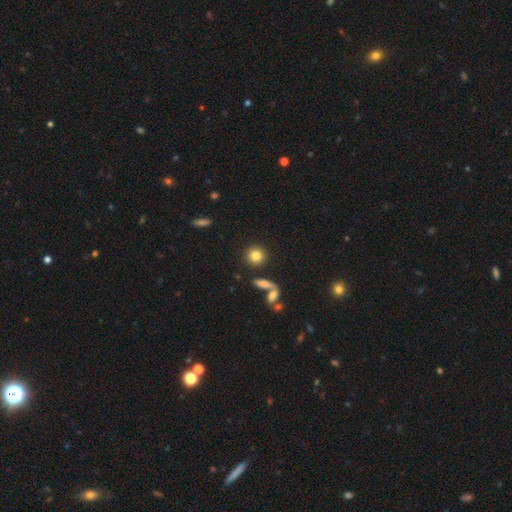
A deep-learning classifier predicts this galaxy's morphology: Q: Smooth or featured?
A: smooth (82%); runner-up: star or artifact (9%)
Q: How rounded?
A: round (88%); runner-up: in between (11%)
Q: Merging?
A: none (84%); runner-up: minor disturbance (7%)